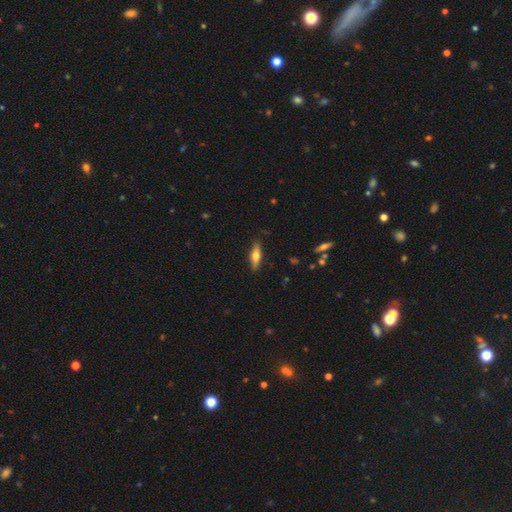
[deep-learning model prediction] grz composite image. It shows a smooth galaxy with no disk features (51%) that is cigar-shaped (62%). Merging: none (86%).